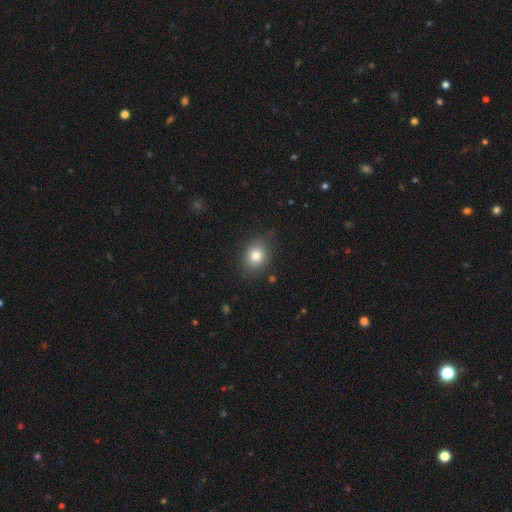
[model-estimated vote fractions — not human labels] The model was most divided on "how rounded": round: 58%, in between: 41%, cigar-shaped: 1%. More confident: smooth or featured — smooth (80%); merging — none (79%).